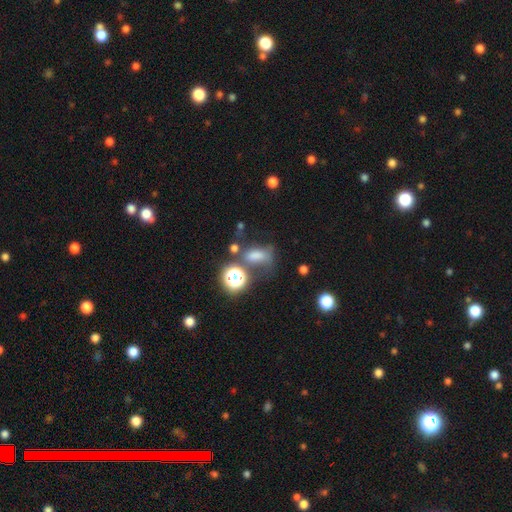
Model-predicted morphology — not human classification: smooth-or-featured: smooth: 62% | star or artifact: 22% | featured or disk: 16%
  how-rounded: in between: 70% | round: 25% | cigar-shaped: 5%
  merging: none: 35% | major disturbance: 25% | minor disturbance: 21% | merger: 19%